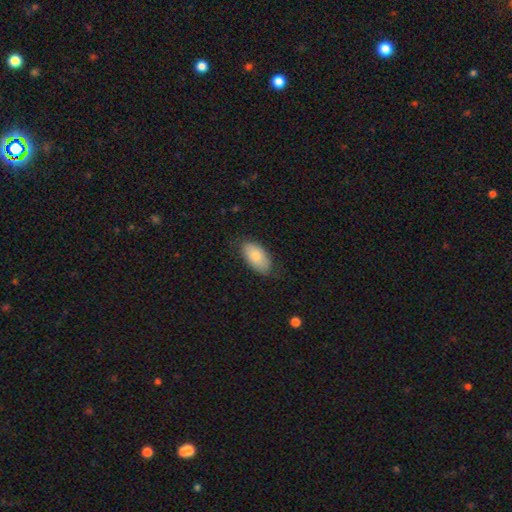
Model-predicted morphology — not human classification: Smooth or featured? smooth (79%)
How rounded? in between (94%)
Merging? none (76%)